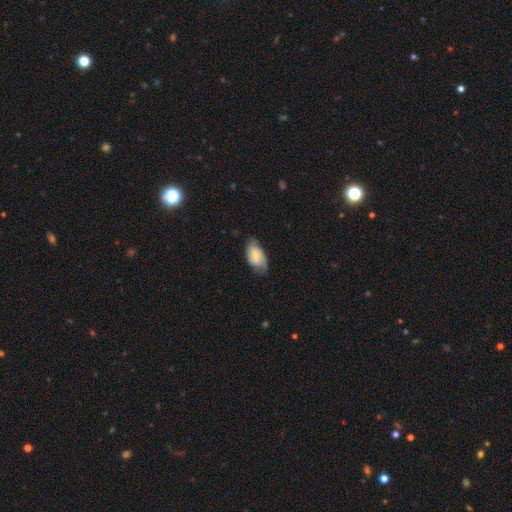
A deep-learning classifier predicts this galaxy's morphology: A smooth galaxy with no disk features (58%) that is in between round and cigar-shaped (92%).

Vote fractions:
- Smooth or featured? smooth: 58% / featured or disk: 35% / star or artifact: 7%
- How rounded? in between: 92% / round: 5% / cigar-shaped: 3%
- Merging? none: 59% / minor disturbance: 31% / major disturbance: 8% / merger: 1%